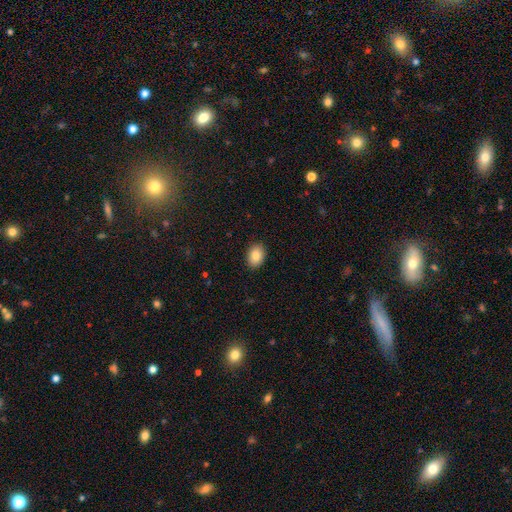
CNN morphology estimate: Smooth or featured? smooth (86%)
How rounded? in between (77%)
Merging? none (90%)